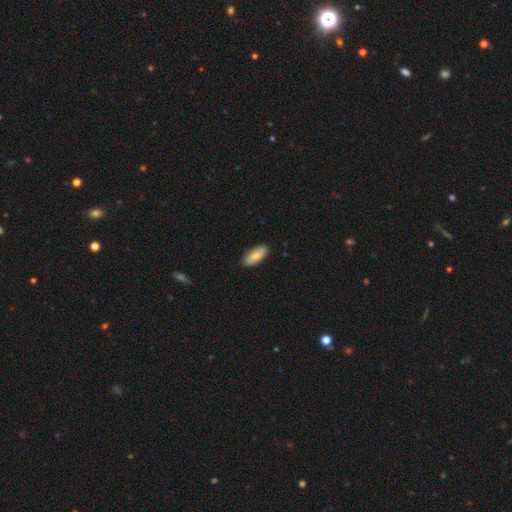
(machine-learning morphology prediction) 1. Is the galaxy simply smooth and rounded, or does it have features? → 84% smooth, 10% featured or disk, 6% star or artifact.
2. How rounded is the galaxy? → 86% in between, 12% cigar-shaped, 2% round.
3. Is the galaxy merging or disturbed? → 89% none, 9% minor disturbance, 2% major disturbance, 1% merger.